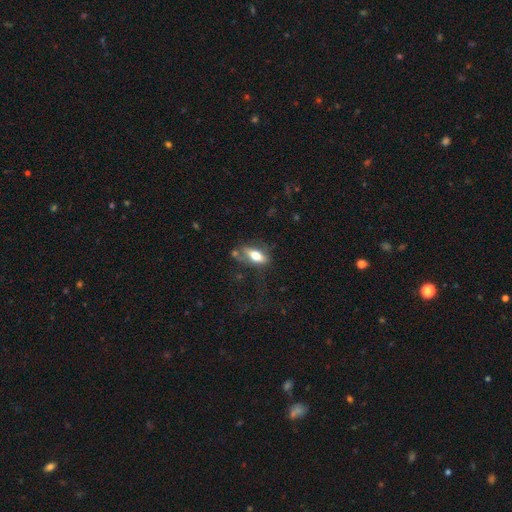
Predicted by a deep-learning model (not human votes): A smooth galaxy with no disk features (61%) that is in between round and cigar-shaped (73%). Merging: none (52%).